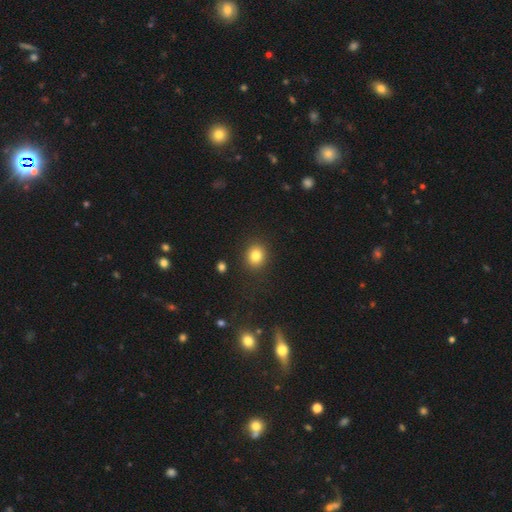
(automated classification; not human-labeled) smooth_or_featured: smooth (p=0.83) [alt: star or artifact p=0.11]
how_rounded: round (p=0.72) [alt: in between p=0.27]
merging: none (p=0.88) [alt: minor disturbance p=0.08]